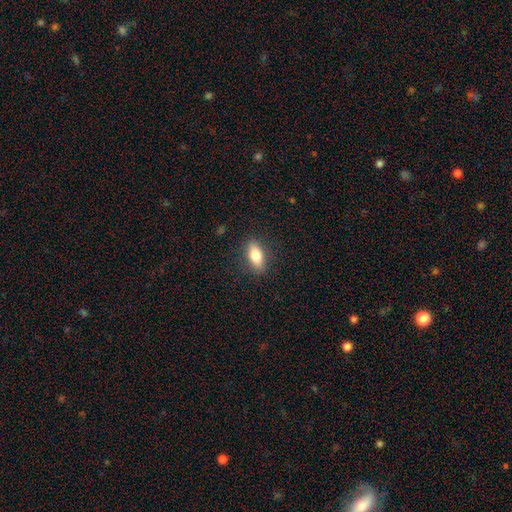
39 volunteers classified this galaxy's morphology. smooth-or-featured: smooth: 85% | featured or disk: 13% | star or artifact: 3%
  how-rounded: in between: 73% | cigar-shaped: 24% | round: 3%
  merging: none: 76% | minor disturbance: 18% | major disturbance: 3% | merger: 3%